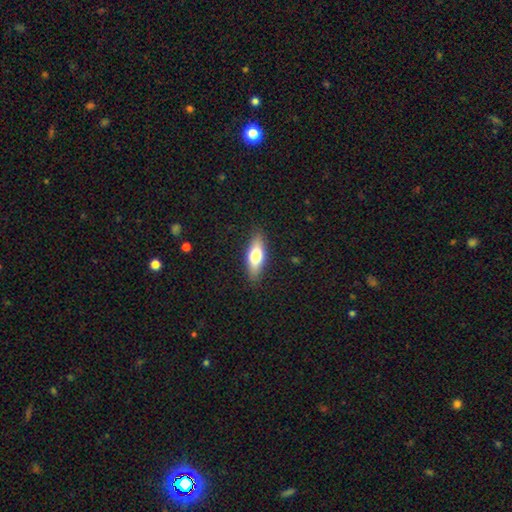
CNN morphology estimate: This is likely a smooth galaxy (68%). How rounded: likely in between (63%). Merging: clearly none (87%).